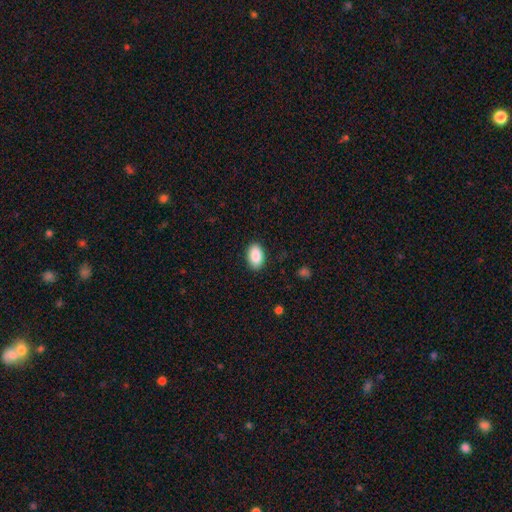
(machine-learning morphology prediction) This is clearly a smooth galaxy (89%). How rounded: clearly in between (93%). Merging: clearly none (88%).